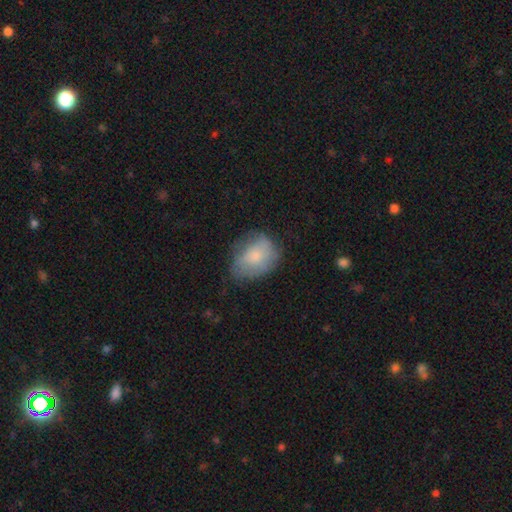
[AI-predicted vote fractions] smooth_or_featured: smooth (p=0.71) [alt: featured or disk p=0.22]
how_rounded: in between (p=0.66) [alt: round p=0.33]
merging: none (p=0.54) [alt: minor disturbance p=0.32]